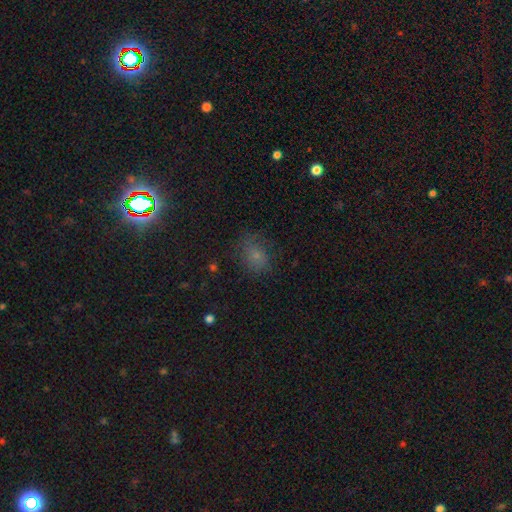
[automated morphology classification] Smooth or featured? Predicted: smooth (p=0.65). How rounded? Predicted: in between (p=0.65). Merging? Predicted: none (p=0.63).